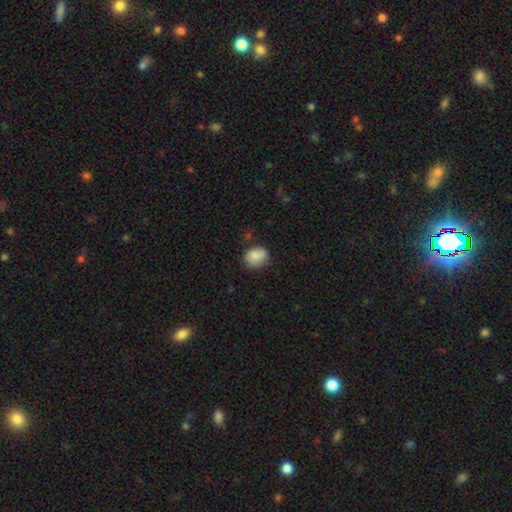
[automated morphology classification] This is clearly a smooth galaxy (84%). How rounded: possibly round (56%). Merging: likely none (72%).